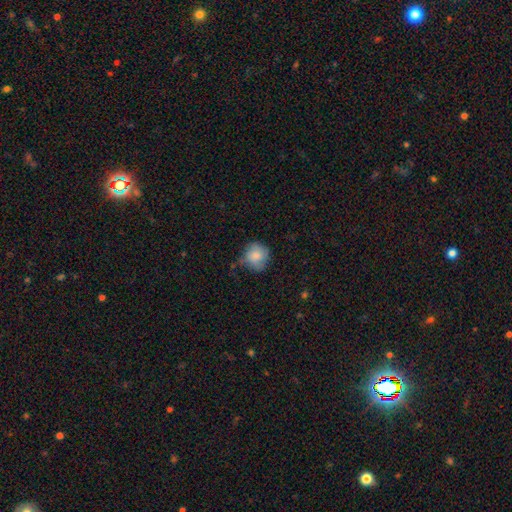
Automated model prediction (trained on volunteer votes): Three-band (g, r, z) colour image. It shows a smooth galaxy with no disk features (80%) that is round (87%). Merging: none (60%).